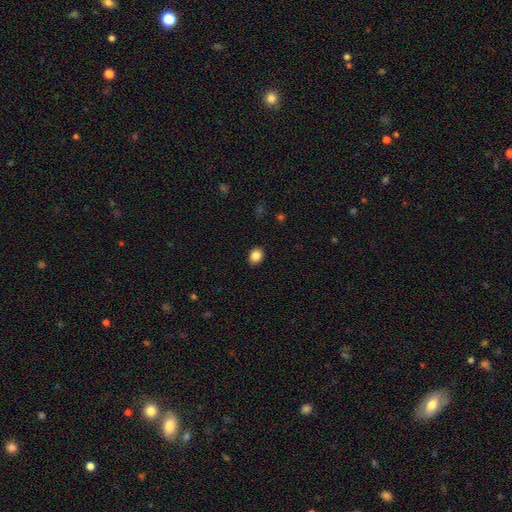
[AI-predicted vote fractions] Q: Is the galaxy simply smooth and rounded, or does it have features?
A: smooth — 86%.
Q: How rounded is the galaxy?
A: round — 55%.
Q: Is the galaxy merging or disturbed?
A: none — 89%.